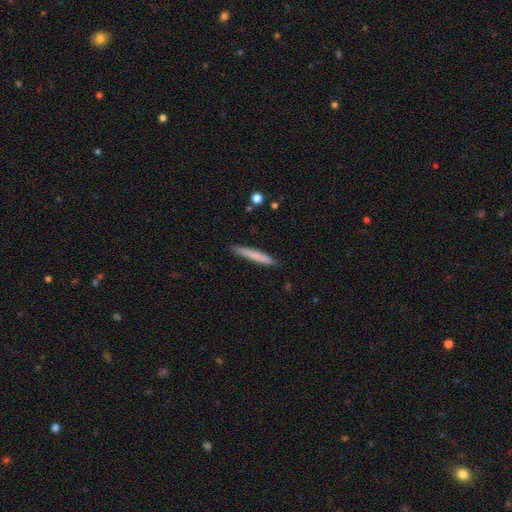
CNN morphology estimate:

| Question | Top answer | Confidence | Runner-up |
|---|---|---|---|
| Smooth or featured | smooth | 73% | featured or disk (22%) |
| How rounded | cigar-shaped | 96% | in between (3%) |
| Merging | none | 88% | minor disturbance (9%) |